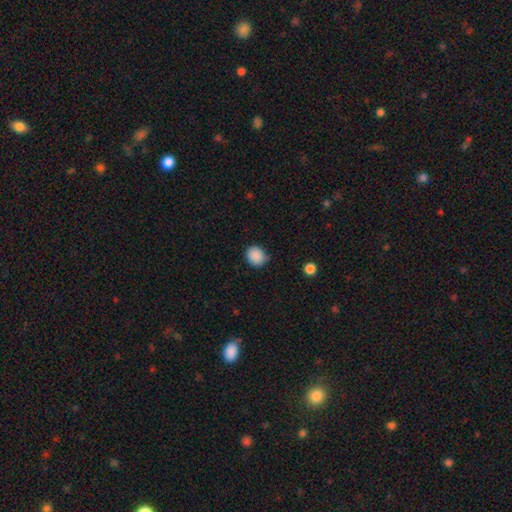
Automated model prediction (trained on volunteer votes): smooth_or_featured: smooth (p=0.88) [alt: star or artifact p=0.09]
how_rounded: round (p=0.76) [alt: in between p=0.23]
merging: none (p=0.79) [alt: minor disturbance p=0.16]